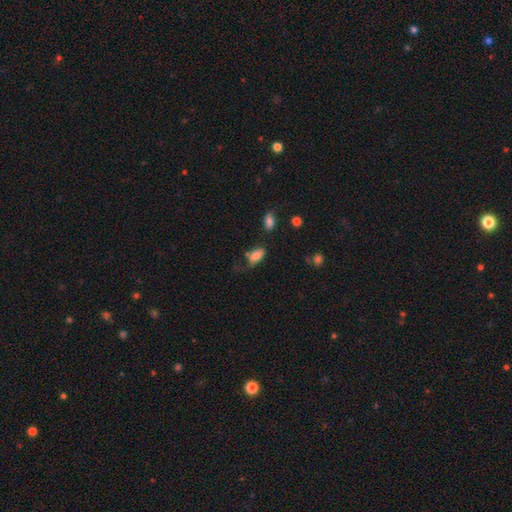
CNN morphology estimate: smooth-or-featured: smooth: 80% | featured or disk: 11% | star or artifact: 9%
  how-rounded: in between: 91% | cigar-shaped: 5% | round: 4%
  merging: none: 39% | minor disturbance: 30% | major disturbance: 22% | merger: 8%